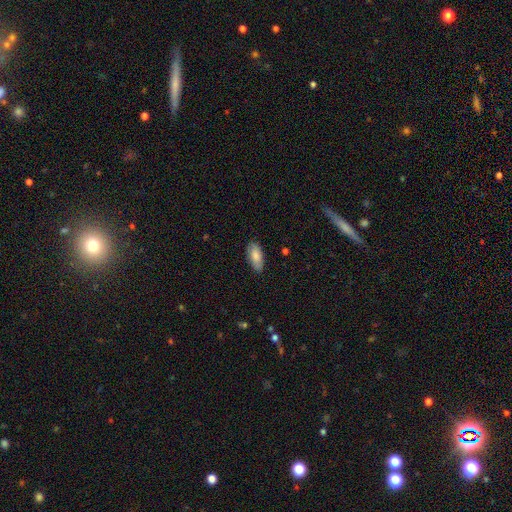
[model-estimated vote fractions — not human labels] A smooth galaxy with no disk features (81%) that is in between round and cigar-shaped (88%). Merging: none (79%).